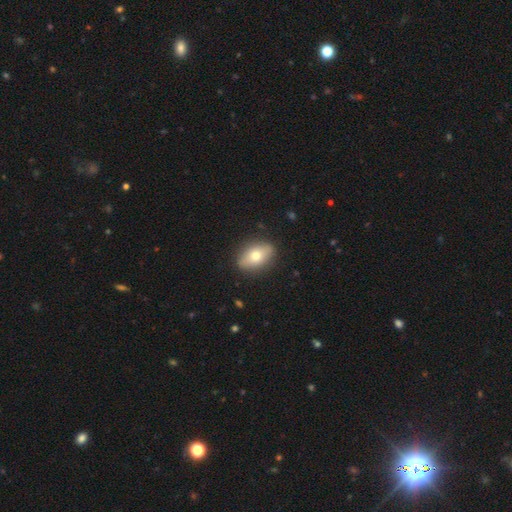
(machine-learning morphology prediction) A smooth galaxy with no disk features (69%) that is in between round and cigar-shaped (85%).

Vote fractions:
- Smooth or featured? smooth: 69% / featured or disk: 24% / star or artifact: 7%
- How rounded? in between: 85% / round: 11% / cigar-shaped: 4%
- Merging? none: 87% / minor disturbance: 9% / major disturbance: 2% / merger: 1%